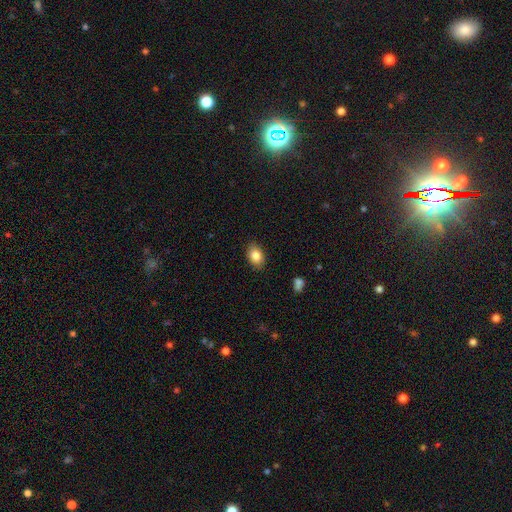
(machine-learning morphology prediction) smooth-or-featured: smooth: 86% | star or artifact: 8% | featured or disk: 6%
  how-rounded: in between: 84% | round: 14% | cigar-shaped: 1%
  merging: none: 86% | minor disturbance: 10% | major disturbance: 2% | merger: 1%